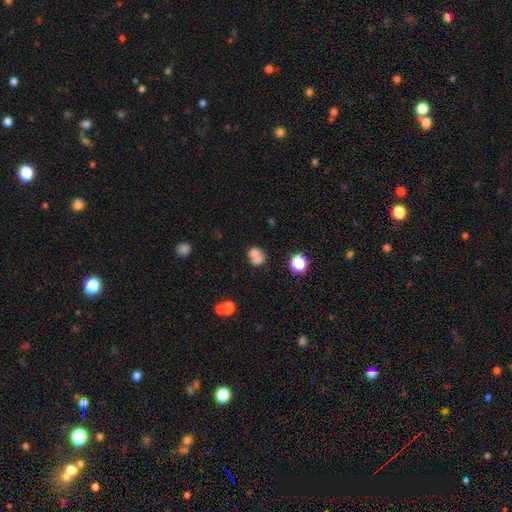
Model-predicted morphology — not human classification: Q: Smooth or featured?
A: smooth (69%); runner-up: featured or disk (18%)
Q: How rounded?
A: round (63%); runner-up: in between (36%)
Q: Merging?
A: merger (48%); runner-up: none (35%)